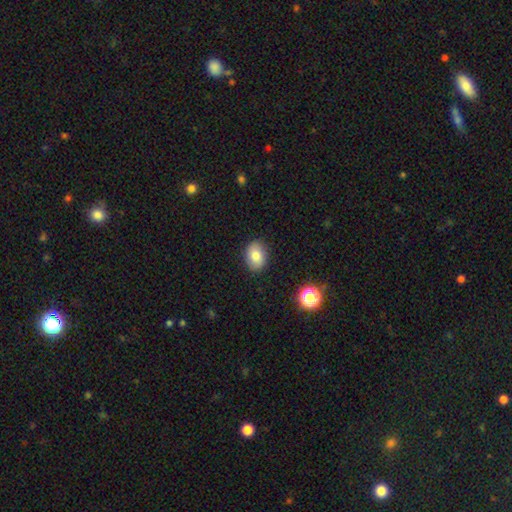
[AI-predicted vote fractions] Morphology: type=smooth (79%); roundness=in between (70%); merging=none (87%).